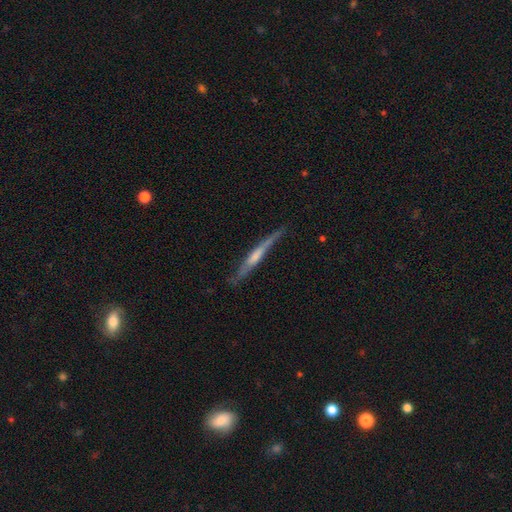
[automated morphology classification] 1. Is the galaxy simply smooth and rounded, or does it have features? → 62% featured or disk, 32% smooth, 6% star or artifact.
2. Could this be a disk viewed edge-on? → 94% yes, 6% no.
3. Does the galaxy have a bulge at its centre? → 40% none, 37% rounded, 23% boxy.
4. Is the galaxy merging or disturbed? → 75% none, 19% minor disturbance, 4% major disturbance, 2% merger.